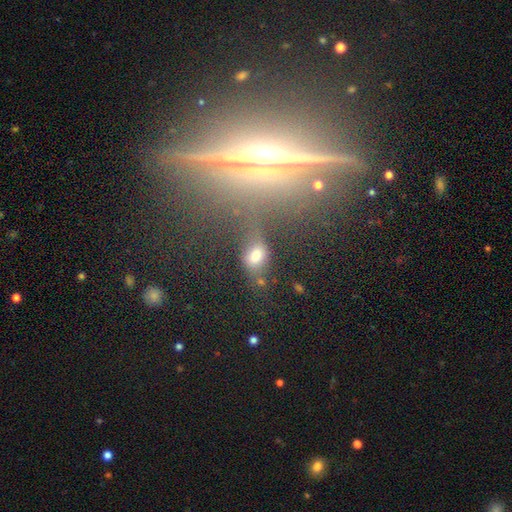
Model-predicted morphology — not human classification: smooth-or-featured: smooth: 65% | star or artifact: 19% | featured or disk: 15%
  how-rounded: in between: 68% | round: 27% | cigar-shaped: 5%
  merging: none: 48% | merger: 20% | minor disturbance: 18% | major disturbance: 14%